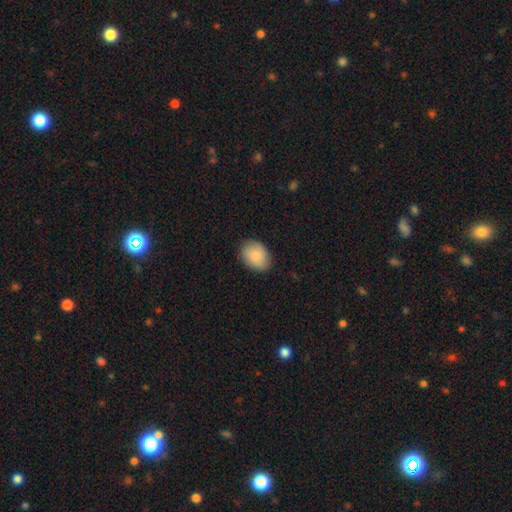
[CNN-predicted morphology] Q: Smooth or featured?
A: smooth (84%); runner-up: featured or disk (10%)
Q: How rounded?
A: in between (73%); runner-up: round (26%)
Q: Merging?
A: none (85%); runner-up: minor disturbance (12%)